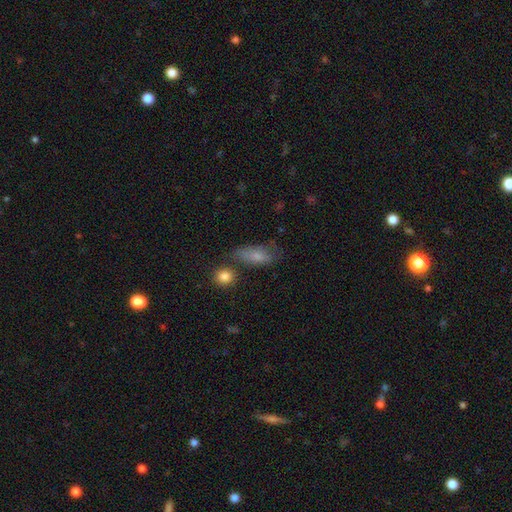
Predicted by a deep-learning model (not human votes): smooth 72%, featured or disk 18%, star or artifact 10%. Down the decision tree: how rounded — in between (78%); merging — none (50%).